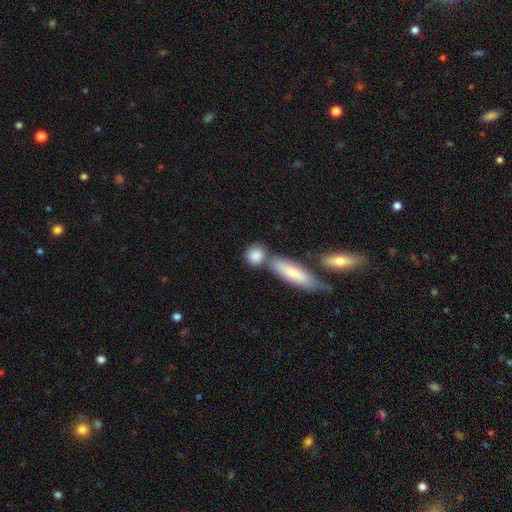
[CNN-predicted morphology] smooth-or-featured: smooth: 85% | featured or disk: 9% | star or artifact: 6%
  how-rounded: round: 63% | in between: 27% | cigar-shaped: 10%
  merging: none: 56% | merger: 28% | minor disturbance: 12% | major disturbance: 4%